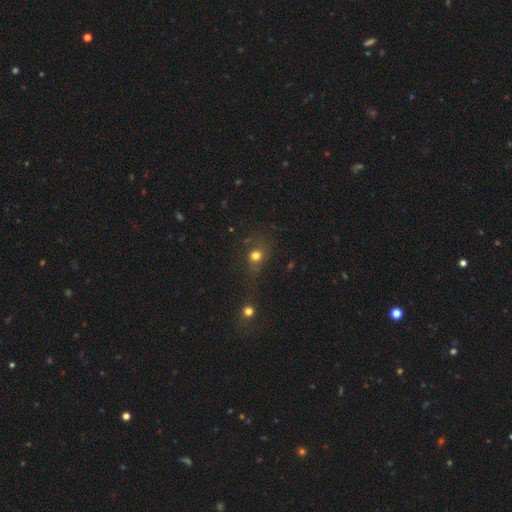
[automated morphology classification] A smooth galaxy with no disk features (71%) that is round (75%).

Vote fractions:
- Smooth or featured? smooth: 71% / star or artifact: 20% / featured or disk: 9%
- How rounded? round: 75% / in between: 24% / cigar-shaped: 2%
- Merging? none: 63% / minor disturbance: 16% / major disturbance: 12% / merger: 9%